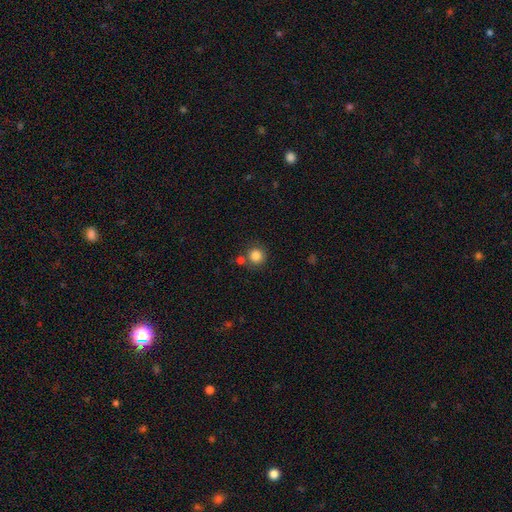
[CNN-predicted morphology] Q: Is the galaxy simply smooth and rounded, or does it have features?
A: smooth — 85%.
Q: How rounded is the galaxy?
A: round — 94%.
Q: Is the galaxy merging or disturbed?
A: none — 74%.